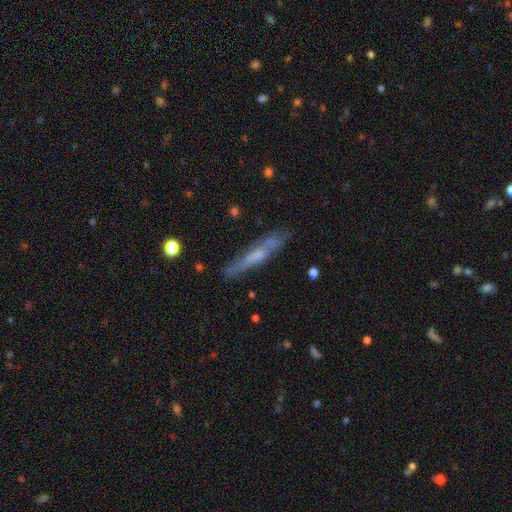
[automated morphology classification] Smooth or featured? Predicted: featured or disk (p=0.49). Merging? Predicted: none (p=0.73).